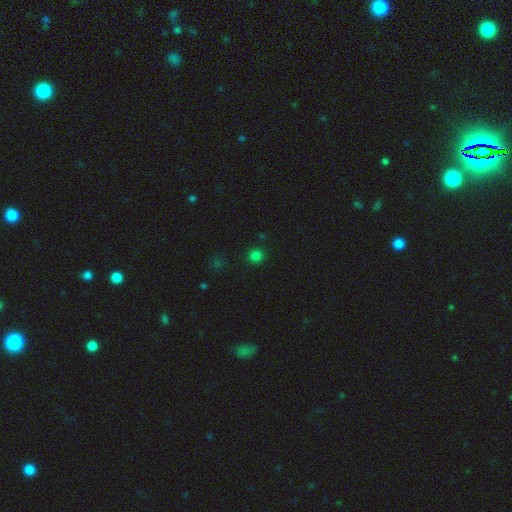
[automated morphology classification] type=smooth (79%); roundness=round (92%); merging=none (90%).